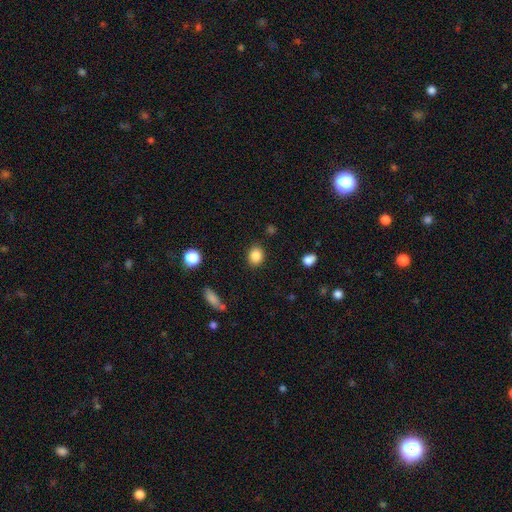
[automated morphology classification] A smooth galaxy with no disk features (86%) that is round (60%).

Vote fractions:
- Smooth or featured? smooth: 86% / star or artifact: 10% / featured or disk: 5%
- How rounded? round: 60% / in between: 39% / cigar-shaped: 1%
- Merging? none: 87% / minor disturbance: 9% / major disturbance: 3% / merger: 2%